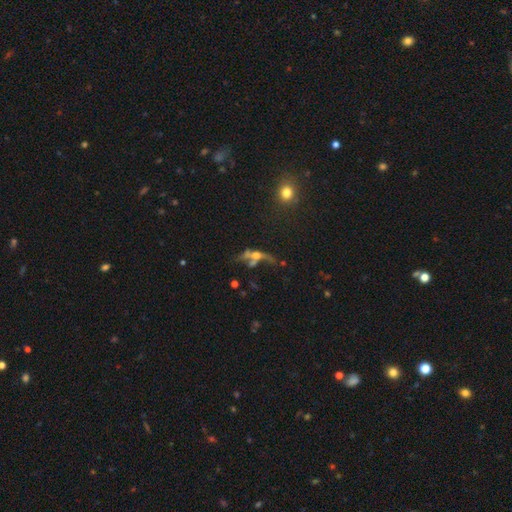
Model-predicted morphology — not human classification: A featured or disk galaxy (53%).

Vote fractions:
- Smooth or featured? featured or disk: 53% / smooth: 28% / star or artifact: 19%
- Edge-on disk? no: 53% / yes: 47%
- Merging? merger: 36% / none: 28% / major disturbance: 24% / minor disturbance: 13%